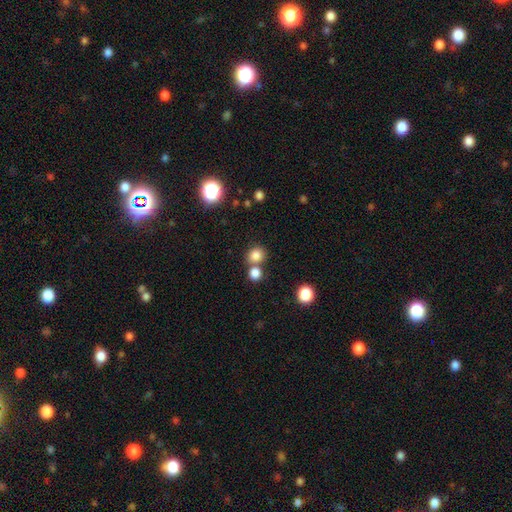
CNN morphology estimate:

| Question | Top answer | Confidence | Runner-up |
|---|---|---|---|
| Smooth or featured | smooth | 82% | star or artifact (13%) |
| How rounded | round | 84% | in between (15%) |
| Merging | none | 63% | merger (27%) |